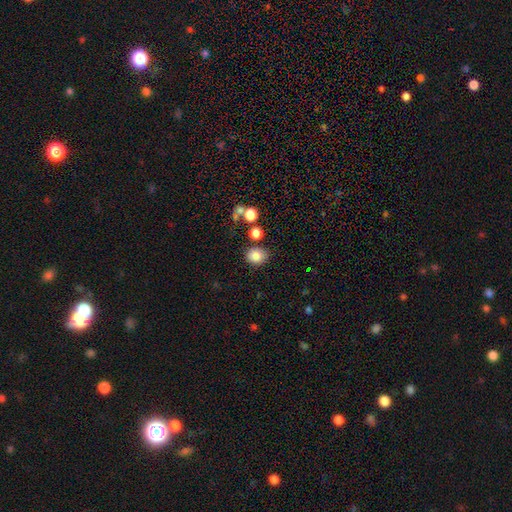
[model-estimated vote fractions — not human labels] smooth-or-featured: smooth: 82% | star or artifact: 11% | featured or disk: 7%
  how-rounded: round: 60% | in between: 39% | cigar-shaped: 1%
  merging: none: 77% | minor disturbance: 12% | merger: 7% | major disturbance: 4%